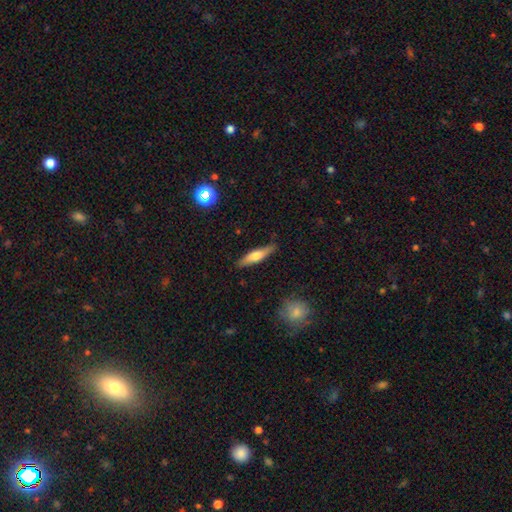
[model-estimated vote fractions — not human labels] Smooth or featured? Predicted: smooth (p=0.51). How rounded? Predicted: cigar-shaped (p=0.77). Merging? Predicted: none (p=0.84).